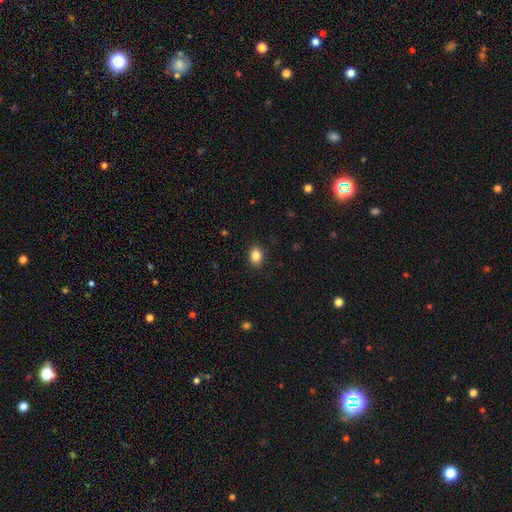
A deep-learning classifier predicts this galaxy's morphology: smooth-or-featured: smooth: 86% | star or artifact: 9% | featured or disk: 5%
  how-rounded: in between: 70% | round: 29% | cigar-shaped: 1%
  merging: none: 89% | minor disturbance: 8% | major disturbance: 2% | merger: 1%